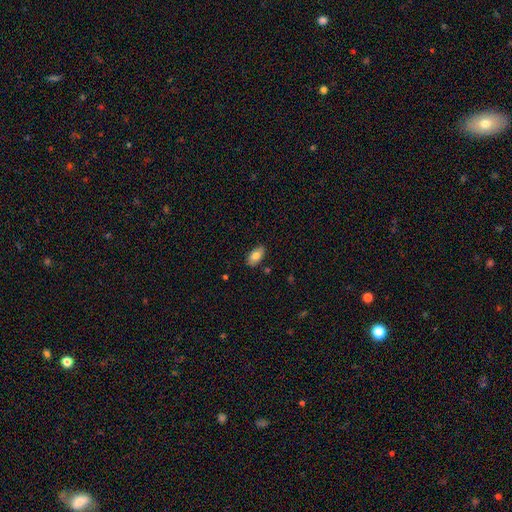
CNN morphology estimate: A smooth galaxy with no disk features (79%) that is in between round and cigar-shaped (92%).

Vote fractions:
- Smooth or featured? smooth: 79% / featured or disk: 14% / star or artifact: 7%
- How rounded? in between: 92% / round: 4% / cigar-shaped: 4%
- Merging? none: 85% / minor disturbance: 11% / major disturbance: 2% / merger: 2%